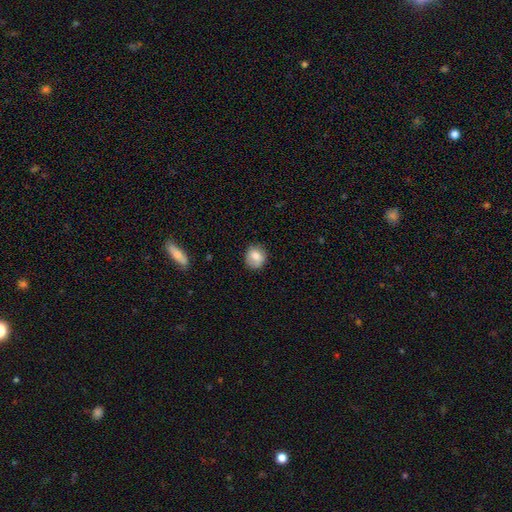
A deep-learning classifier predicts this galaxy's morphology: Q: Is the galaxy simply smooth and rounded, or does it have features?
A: smooth — 79%.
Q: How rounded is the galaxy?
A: round — 78%.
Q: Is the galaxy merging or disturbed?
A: none — 79%.